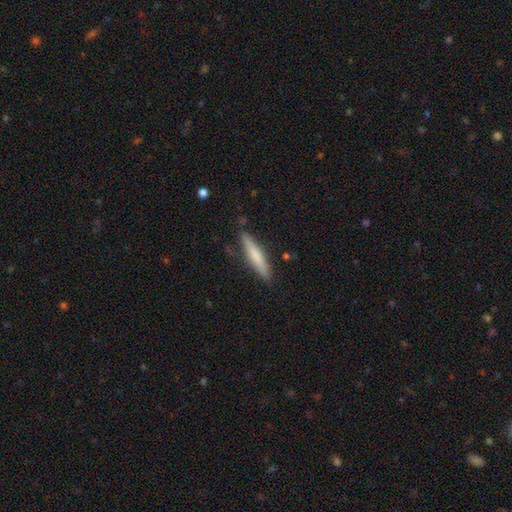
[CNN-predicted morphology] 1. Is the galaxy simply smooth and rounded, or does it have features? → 67% smooth, 28% featured or disk, 6% star or artifact.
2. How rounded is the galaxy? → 91% cigar-shaped, 7% in between, 1% round.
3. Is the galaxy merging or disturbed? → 86% none, 10% minor disturbance, 2% major disturbance, 2% merger.